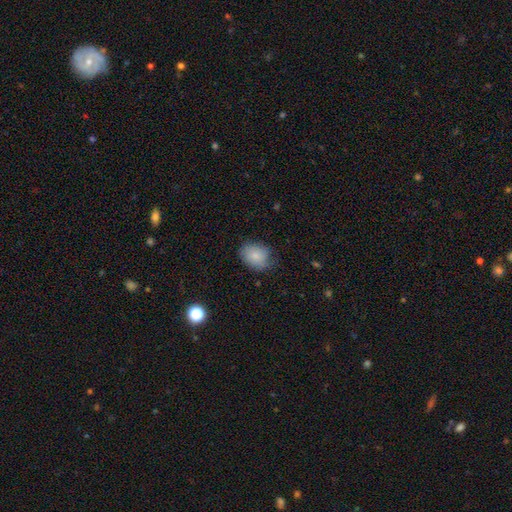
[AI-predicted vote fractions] The model was most divided on "how rounded": in between: 54%, round: 45%, cigar-shaped: 1%. More confident: smooth or featured — smooth (81%); merging — none (65%).